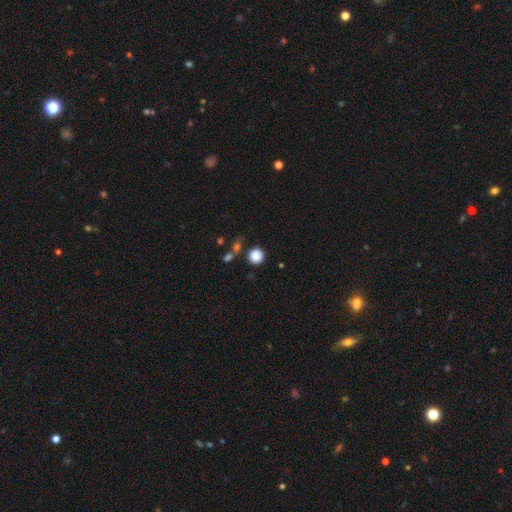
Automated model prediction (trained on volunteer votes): Smooth or featured? Predicted: smooth (p=0.86). How rounded? Predicted: round (p=0.93). Merging? Predicted: none (p=0.78).